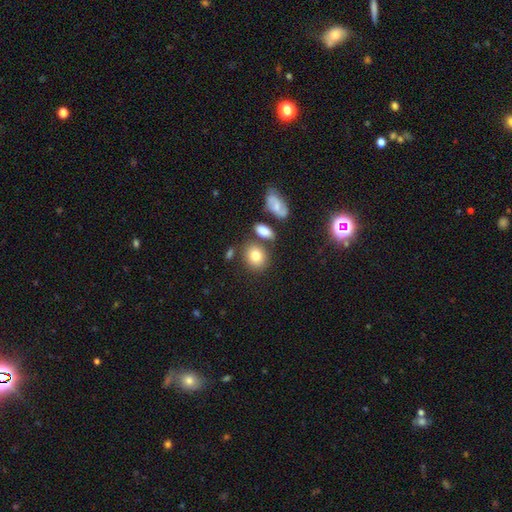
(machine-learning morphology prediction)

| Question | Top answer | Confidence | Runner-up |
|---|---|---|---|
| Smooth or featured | smooth | 78% | featured or disk (13%) |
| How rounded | round | 55% | in between (44%) |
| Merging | none | 70% | minor disturbance (13%) |